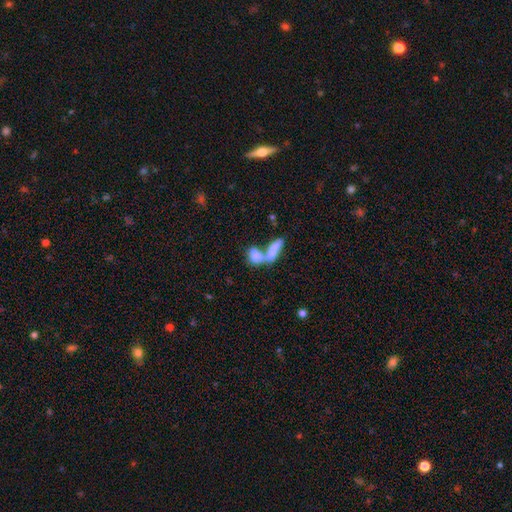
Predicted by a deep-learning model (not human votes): Morphology: type=smooth (74%); roundness=in between (71%); merging=merger (70%).